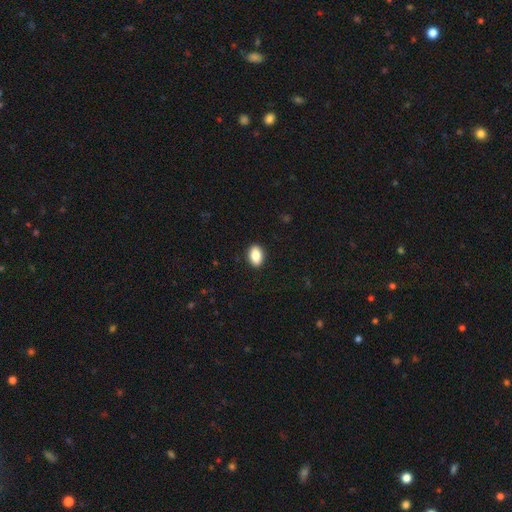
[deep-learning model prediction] This appears to be a smooth galaxy with no disk features (86%) that is in between round and cigar-shaped (88%). Merging: none (91%).